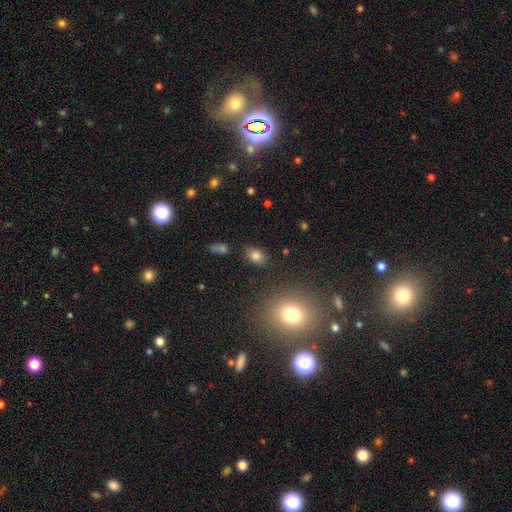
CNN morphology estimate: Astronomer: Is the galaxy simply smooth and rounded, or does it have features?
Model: smooth — 81%.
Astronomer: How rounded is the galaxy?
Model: in between — 71%.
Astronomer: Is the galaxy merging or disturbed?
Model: none — 83%.